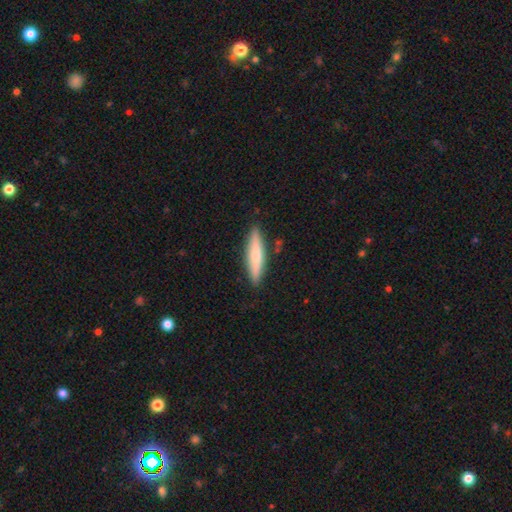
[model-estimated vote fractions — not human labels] smooth 65%, featured or disk 29%, star or artifact 6%. Down the decision tree: how rounded — cigar-shaped (82%); merging — none (87%).